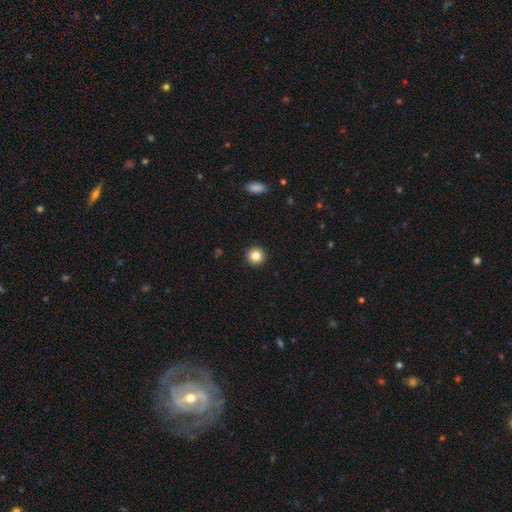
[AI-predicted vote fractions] Smooth or featured? Predicted: smooth (p=0.84). How rounded? Predicted: round (p=0.95). Merging? Predicted: none (p=0.93).